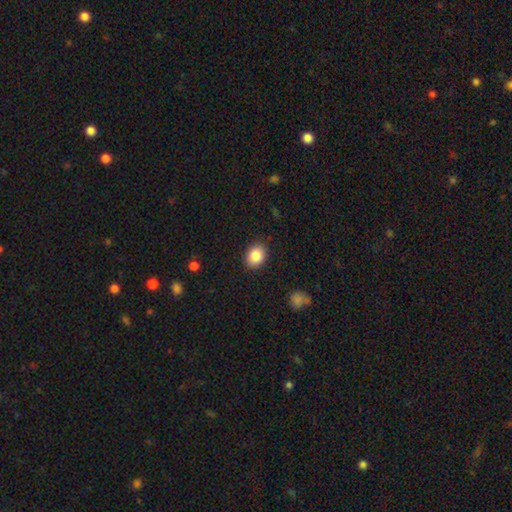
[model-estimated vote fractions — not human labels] Smooth or featured? Predicted: smooth (p=0.87). How rounded? Predicted: in between (p=0.54). Merging? Predicted: none (p=0.89).